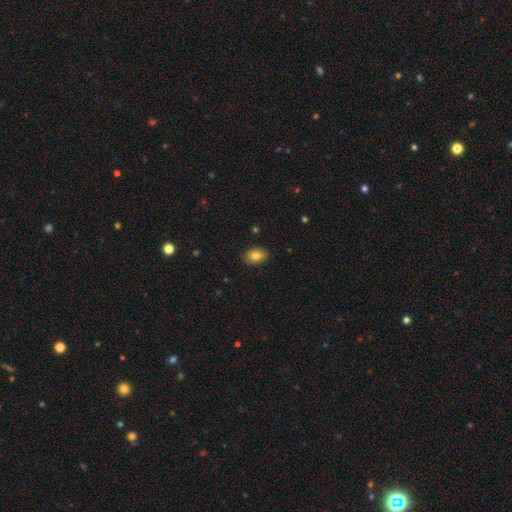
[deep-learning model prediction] smooth_or_featured: smooth (p=0.81) [alt: featured or disk p=0.11]
how_rounded: in between (p=0.84) [alt: round p=0.15]
merging: none (p=0.88) [alt: minor disturbance p=0.09]